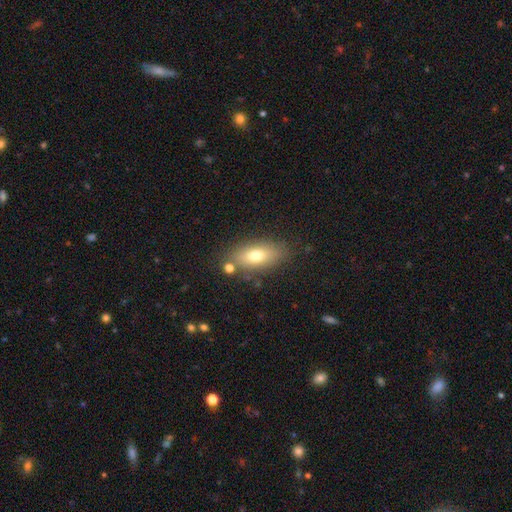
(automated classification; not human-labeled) Smooth or featured? smooth (72%)
How rounded? in between (82%)
Merging? none (77%)